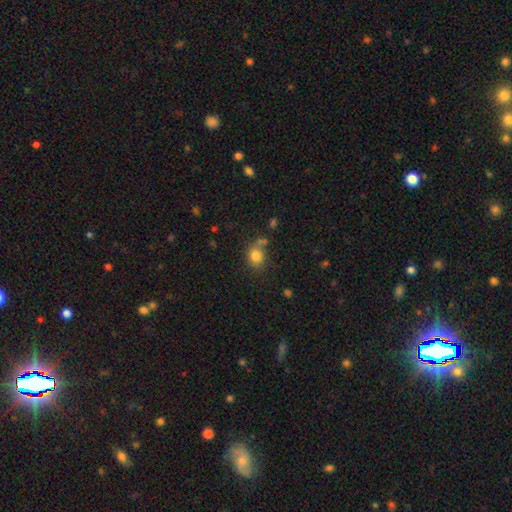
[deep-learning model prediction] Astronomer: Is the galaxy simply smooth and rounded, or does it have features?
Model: smooth — 81%.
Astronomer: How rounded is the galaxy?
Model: round — 59% (runner-up: in between, 40%).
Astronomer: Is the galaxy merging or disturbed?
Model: none — 59%.